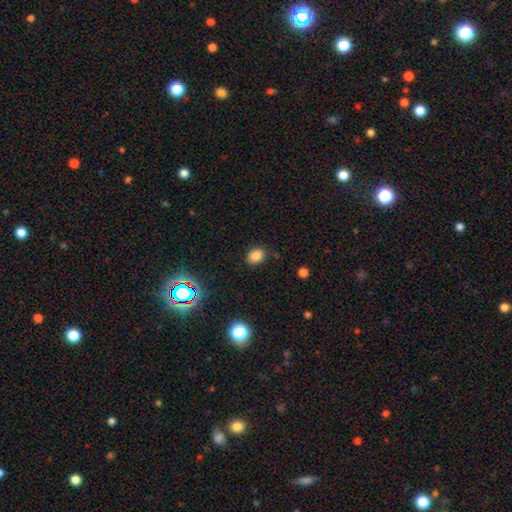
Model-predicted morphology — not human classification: Smooth or featured?
  - smooth: 80% *
  - star or artifact: 15%
  - featured or disk: 5%
How rounded?
  - in between: 63% *
  - round: 36%
  - cigar-shaped: 1%
Merging?
  - none: 78% *
  - minor disturbance: 16%
  - major disturbance: 4%
  - merger: 2%